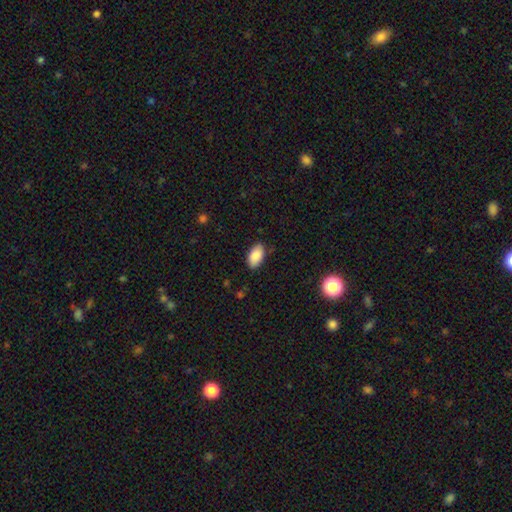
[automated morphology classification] A smooth galaxy with no disk features (88%) that is in between round and cigar-shaped (94%). Merging: none (84%).